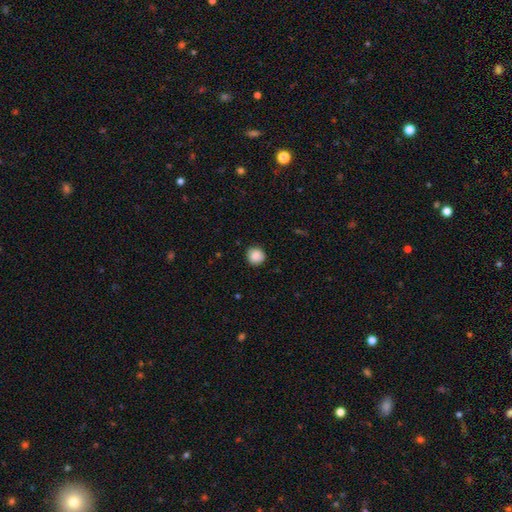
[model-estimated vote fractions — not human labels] Overall: smooth (88%). How rounded: round (91%). Merging: none (87%).